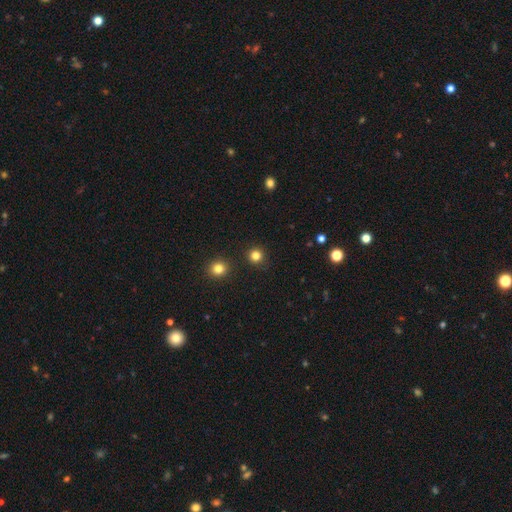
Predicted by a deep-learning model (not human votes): Smooth or featured: smooth — 81% (star or artifact — 15%)
How rounded: round — 94% (in between — 5%)
Merging: none — 91% (minor disturbance — 5%)